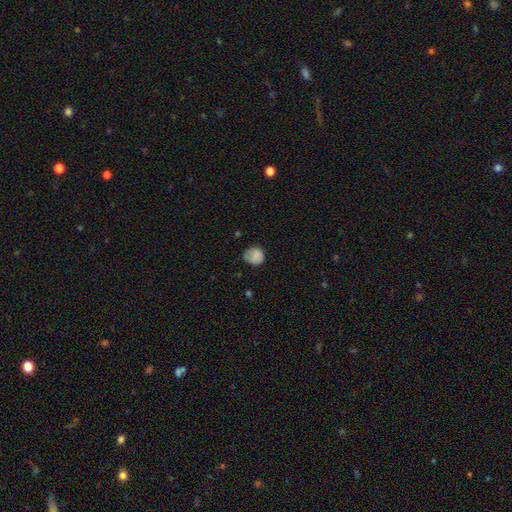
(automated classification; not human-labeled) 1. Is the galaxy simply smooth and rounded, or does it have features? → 83% smooth, 9% star or artifact, 8% featured or disk.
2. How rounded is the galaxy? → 82% round, 17% in between, 1% cigar-shaped.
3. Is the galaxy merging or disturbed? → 63% none, 27% minor disturbance, 8% major disturbance, 2% merger.